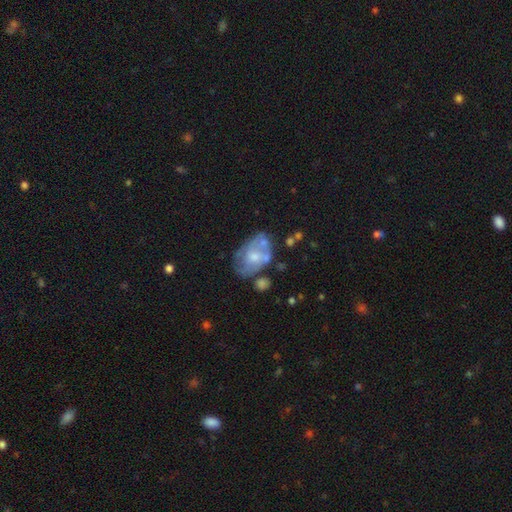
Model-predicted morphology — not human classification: Smooth or featured?
  - featured or disk: 56% *
  - smooth: 36%
  - star or artifact: 8%
Edge-on disk?
  - no: 96% *
  - yes: 4%
Bar?
  - no: 80% *
  - weak: 17%
  - strong: 3%
Spiral arms?
  - no: 70% *
  - yes: 30%
Bulge size?
  - moderate: 50% *
  - small: 35%
  - none: 9%
  - large: 5%
  - dominant: 1%
Merging?
  - none: 40% *
  - minor disturbance: 26%
  - major disturbance: 19%
  - merger: 15%